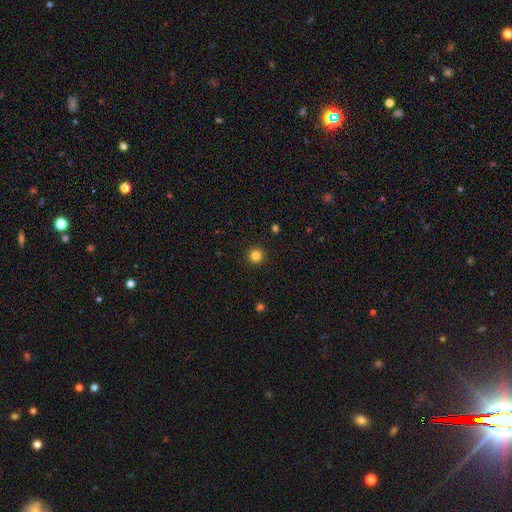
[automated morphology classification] This is clearly a smooth galaxy (84%). How rounded: clearly round (96%). Merging: clearly none (93%).